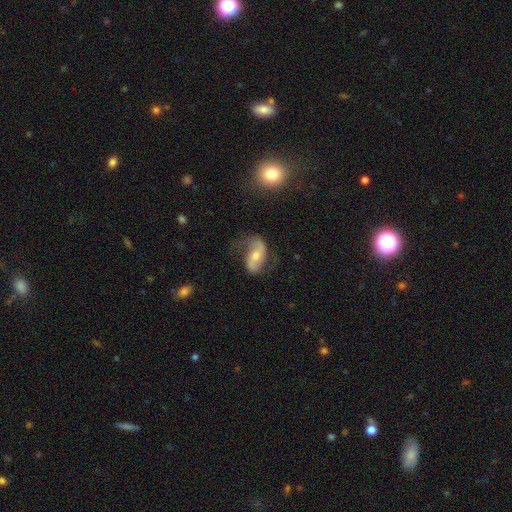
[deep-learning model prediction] Morphology: type=featured or disk (69%); edge-on=no (94%); bar=weak (36%); spiral arms=yes (88%); winding=loose (64%); arm count=2 (85%); bulge=moderate (56%); merging=none (59%).